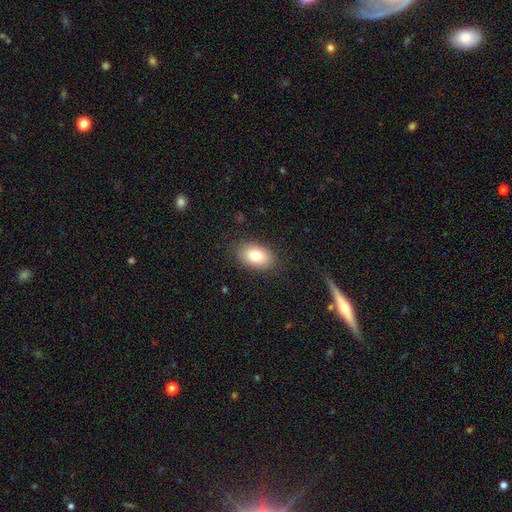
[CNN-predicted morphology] The model was most divided on "smooth or featured": smooth: 80%, featured or disk: 12%, star or artifact: 8%. More confident: how rounded — in between (87%); merging — none (86%).